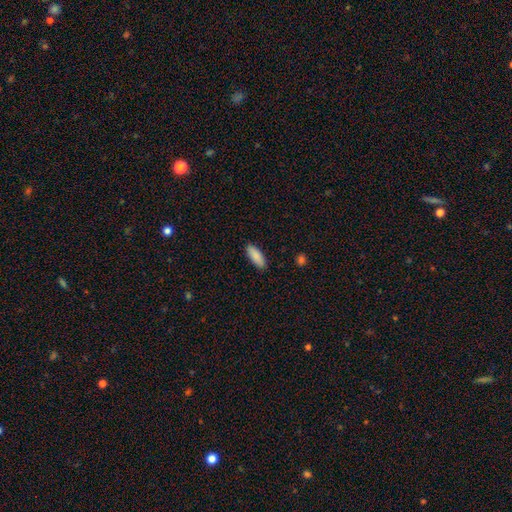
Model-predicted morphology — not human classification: A smooth galaxy with no disk features (89%) that is in between round and cigar-shaped (72%).

Vote fractions:
- Smooth or featured? smooth: 89% / star or artifact: 6% / featured or disk: 5%
- How rounded? in between: 72% / cigar-shaped: 27% / round: 2%
- Merging? none: 88% / minor disturbance: 9% / major disturbance: 2% / merger: 1%